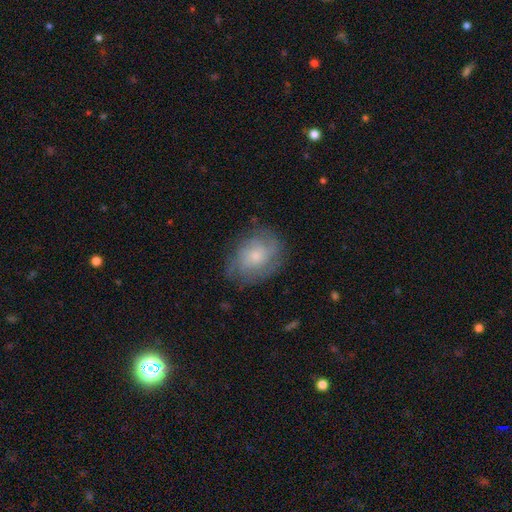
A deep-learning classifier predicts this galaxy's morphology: Smooth or featured? featured or disk (48%)
Merging? none (70%)